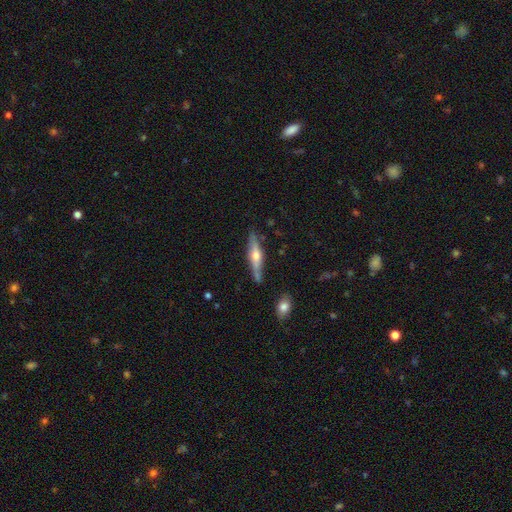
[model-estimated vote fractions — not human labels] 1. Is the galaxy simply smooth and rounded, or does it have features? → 61% featured or disk, 33% smooth, 6% star or artifact.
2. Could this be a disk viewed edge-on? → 93% yes, 7% no.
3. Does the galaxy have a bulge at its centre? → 88% rounded, 7% boxy, 5% none.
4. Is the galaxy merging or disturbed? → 78% none, 15% minor disturbance, 4% merger, 3% major disturbance.